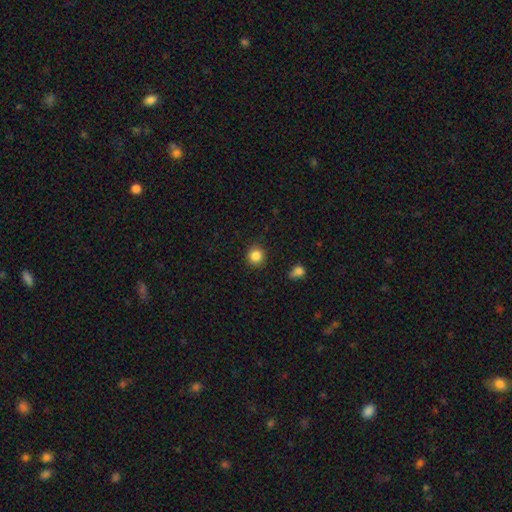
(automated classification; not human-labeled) Smooth or featured? smooth (86%)
How rounded? round (92%)
Merging? none (89%)